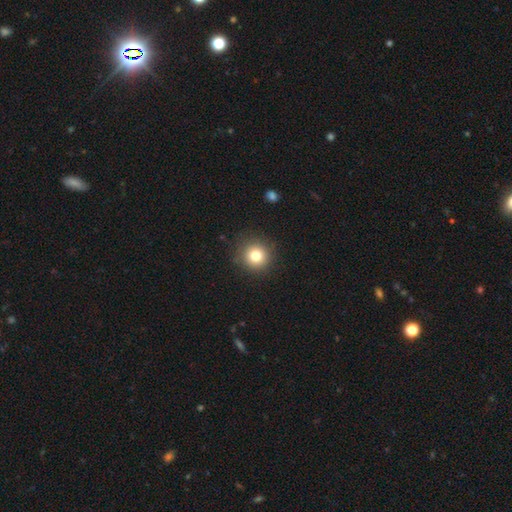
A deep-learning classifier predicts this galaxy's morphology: A smooth galaxy with no disk features (80%) that is round (94%). Merging: none (89%).